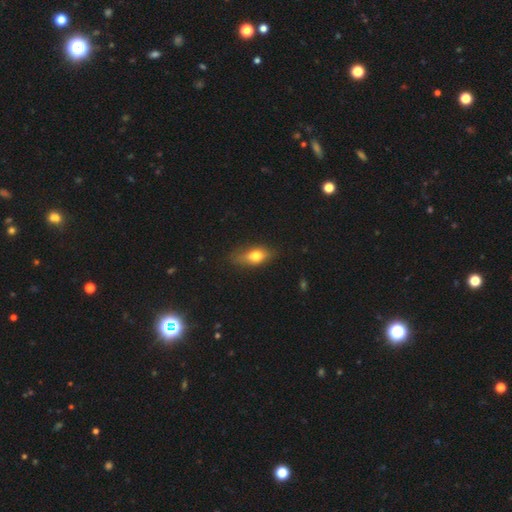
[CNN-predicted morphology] A smooth galaxy with no disk features (69%) that is in between round and cigar-shaped (75%).

Vote fractions:
- Smooth or featured? smooth: 69% / featured or disk: 23% / star or artifact: 8%
- How rounded? in between: 75% / cigar-shaped: 17% / round: 9%
- Merging? none: 72% / minor disturbance: 22% / major disturbance: 5% / merger: 2%